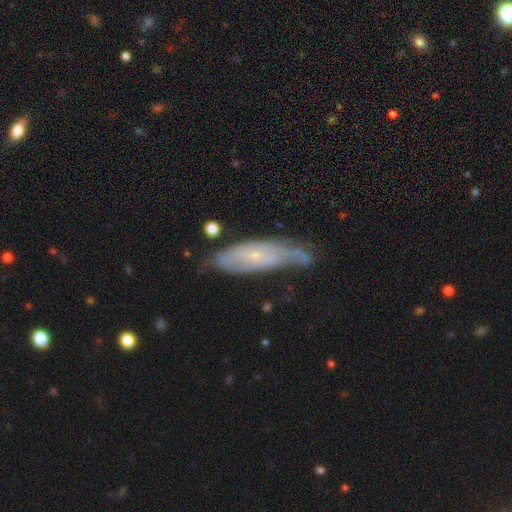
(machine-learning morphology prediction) type=featured or disk (63%); edge-on=no (74%); merging=none (46%).